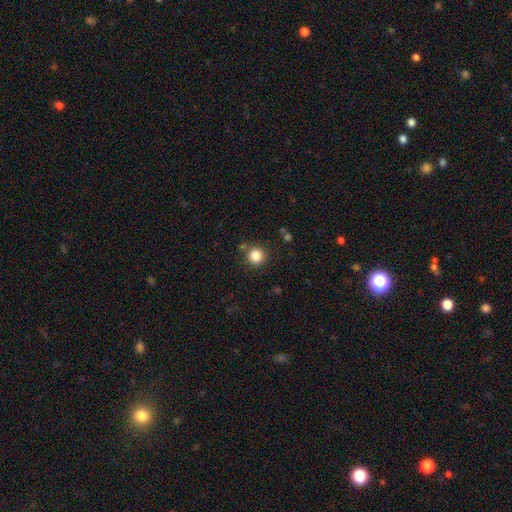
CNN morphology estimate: The model was most divided on "smooth or featured": smooth: 85%, star or artifact: 11%, featured or disk: 4%. More confident: how rounded — round (94%); merging — none (84%).